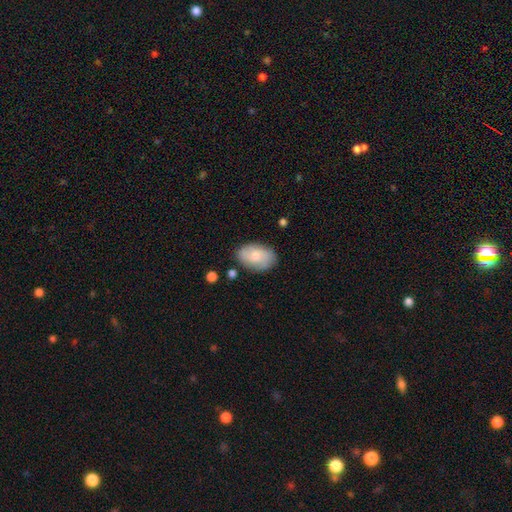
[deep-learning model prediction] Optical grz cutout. It shows a smooth galaxy with no disk features (67%) that is in between round and cigar-shaped (89%). Merging: none (77%).